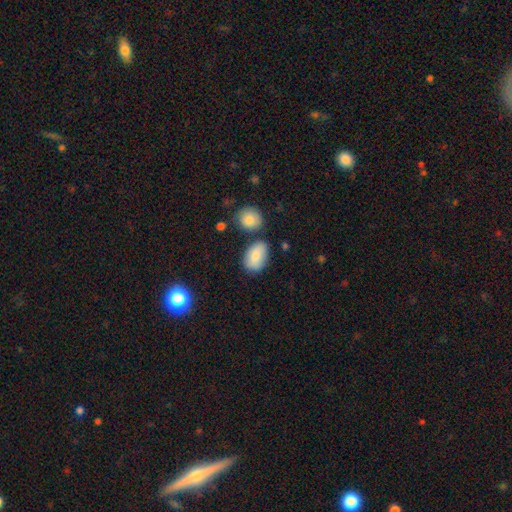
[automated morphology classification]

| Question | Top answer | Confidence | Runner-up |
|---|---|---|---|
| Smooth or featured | smooth | 81% | featured or disk (12%) |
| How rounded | in between | 86% | round (12%) |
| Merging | none | 68% | minor disturbance (17%) |